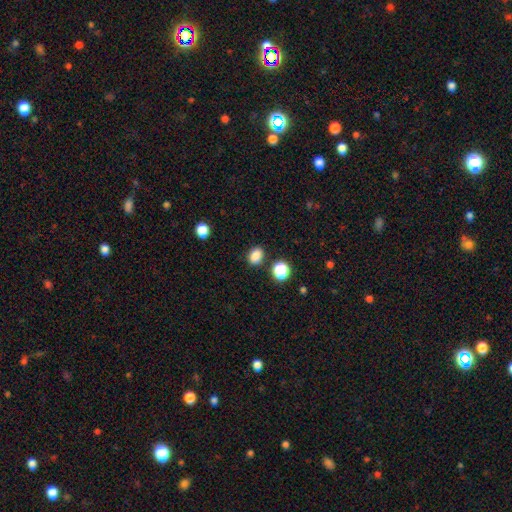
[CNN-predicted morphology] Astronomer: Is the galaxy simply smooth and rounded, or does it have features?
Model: smooth — 84%.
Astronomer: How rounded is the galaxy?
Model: in between — 60% (runner-up: round, 39%).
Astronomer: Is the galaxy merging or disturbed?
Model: none — 84%.